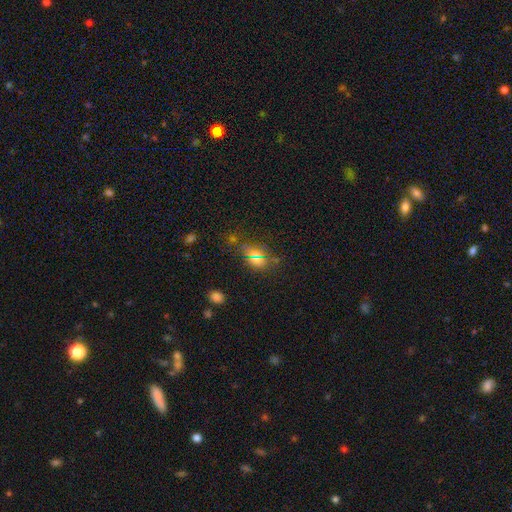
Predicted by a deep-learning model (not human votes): Overall: smooth (47%; star or artifact 42%). Merging: none (70%).